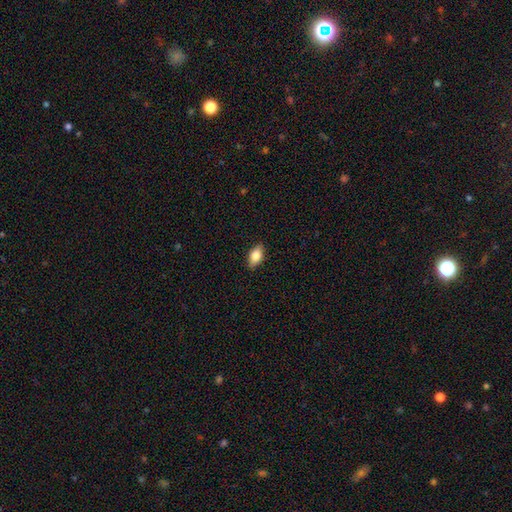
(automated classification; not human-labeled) Smooth or featured? Predicted: smooth (p=0.78). How rounded? Predicted: in between (p=0.89). Merging? Predicted: none (p=0.87).